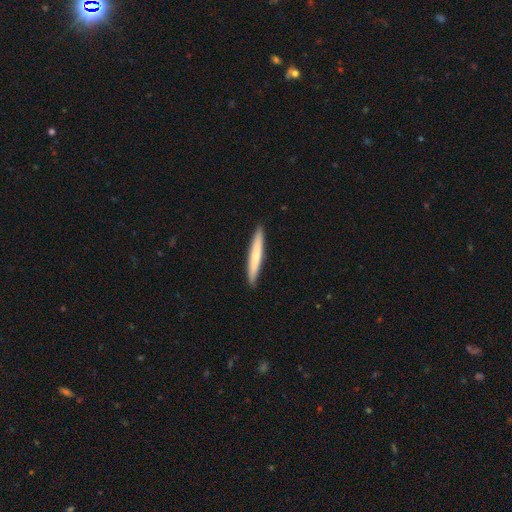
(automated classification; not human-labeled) This is likely a smooth galaxy (64%). How rounded: clearly cigar-shaped (95%). Merging: clearly none (92%).